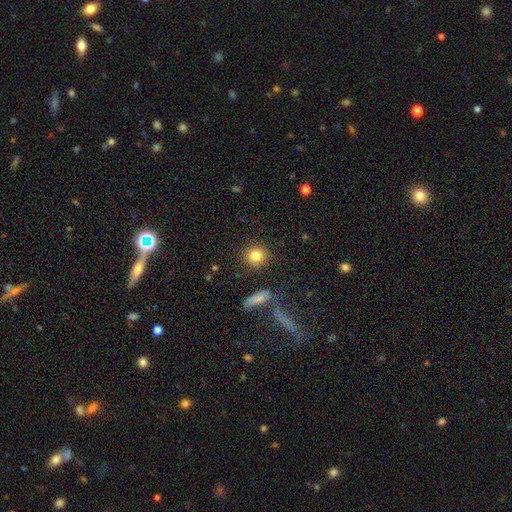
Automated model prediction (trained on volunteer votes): Q: Smooth or featured?
A: smooth (82%); runner-up: star or artifact (10%)
Q: How rounded?
A: round (86%); runner-up: in between (12%)
Q: Merging?
A: none (86%); runner-up: minor disturbance (8%)